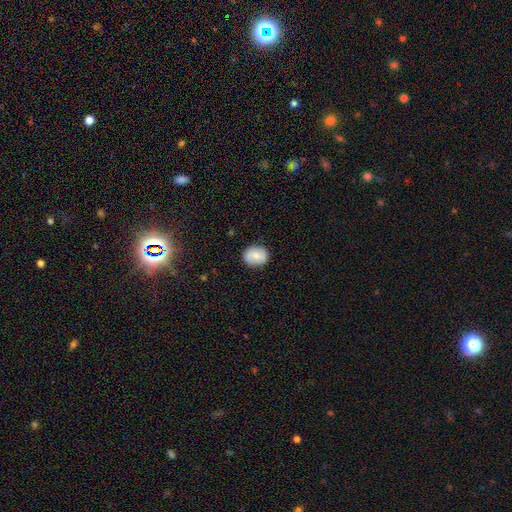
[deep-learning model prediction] A smooth galaxy with no disk features (72%) that is round (59%). Merging: none (85%).